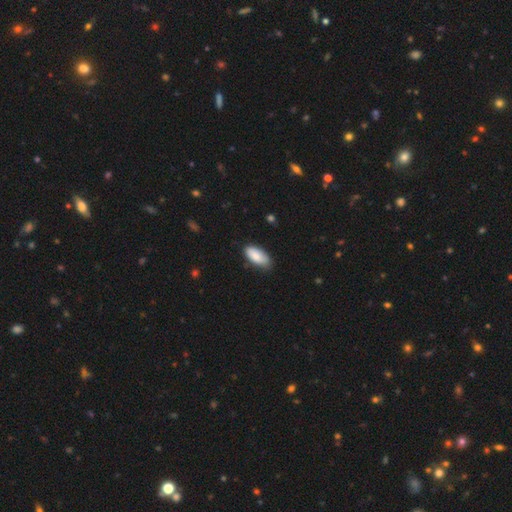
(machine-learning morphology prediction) Overall: smooth (85%). How rounded: in between (90%). Merging: none (74%).